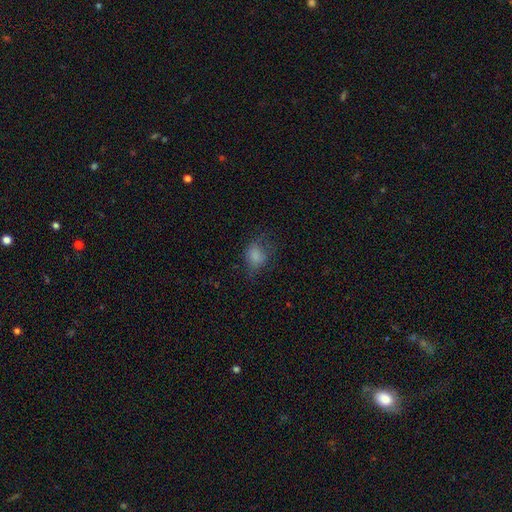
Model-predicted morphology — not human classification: Smooth or featured: smooth — 77% (star or artifact — 12%)
How rounded: in between — 51% (round — 47%)
Merging: none — 52% (minor disturbance — 26%)